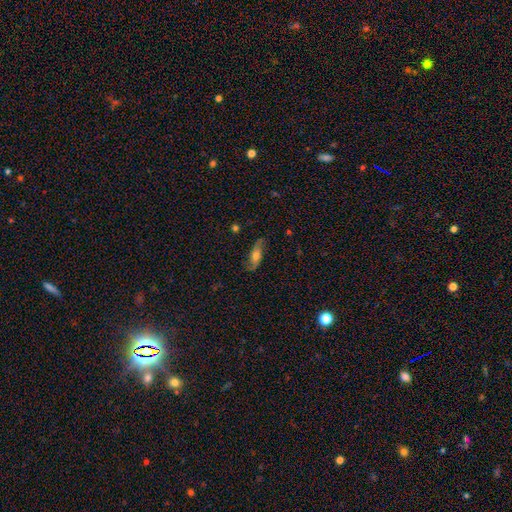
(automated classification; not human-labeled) smooth-or-featured: featured or disk: 58% | smooth: 34% | star or artifact: 8%
  disk-edge-on: no: 77% | yes: 23%
  merging: none: 77% | minor disturbance: 16% | major disturbance: 6% | merger: 1%